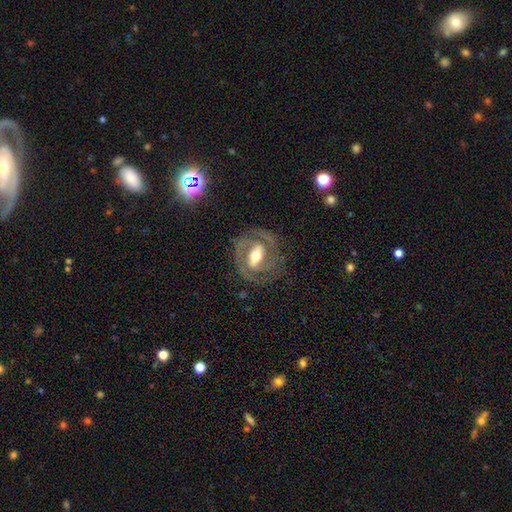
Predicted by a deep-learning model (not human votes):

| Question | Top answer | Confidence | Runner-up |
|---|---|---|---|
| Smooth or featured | featured or disk | 80% | smooth (14%) |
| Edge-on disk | no | 92% | yes (8%) |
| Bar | strong | 54% | weak (30%) |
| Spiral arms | yes | 81% | no (19%) |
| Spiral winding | tight | 48% | medium (40%) |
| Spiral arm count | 2 | 75% | can't tell (12%) |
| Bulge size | moderate | 64% | large (19%) |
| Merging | none | 72% | minor disturbance (16%) |